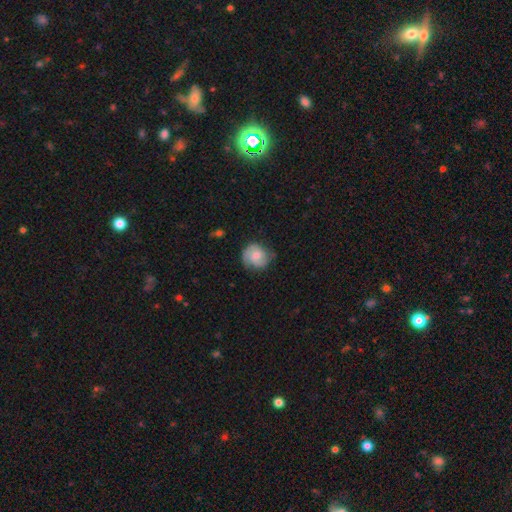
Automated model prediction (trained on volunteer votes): This is likely a featured or disk galaxy (66%). It is clearly not viewed edge-on (98%). Bar: likely no (63%). Spiral arm pattern: clearly yes (94%). Spiral arm count: likely 2 (73%). Spiral winding: possibly tight (49%). Central bulge: marginally moderate (42%). Merging: likely none (72%).